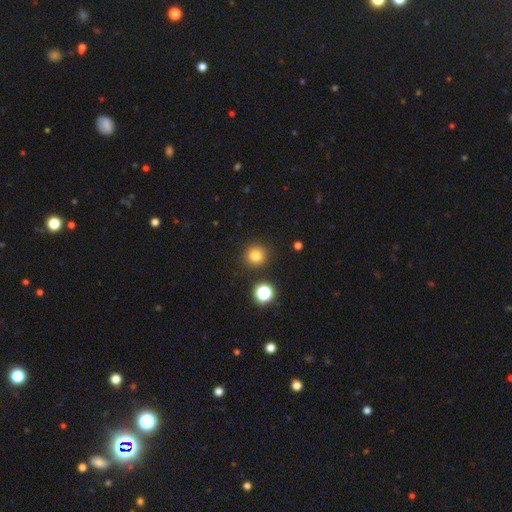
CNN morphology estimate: The model was most divided on "smooth or featured": smooth: 80%, star or artifact: 14%, featured or disk: 6%. More confident: how rounded — round (92%); merging — none (89%).